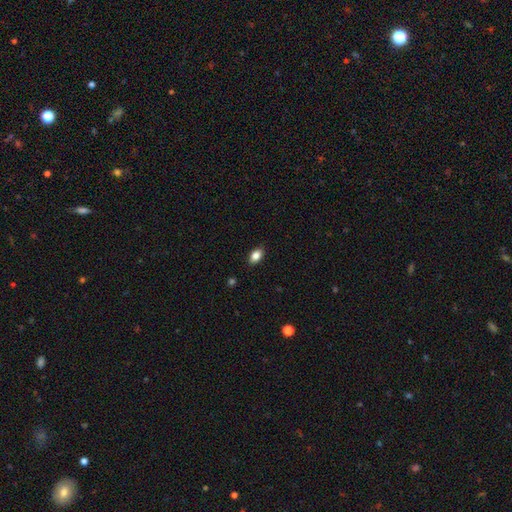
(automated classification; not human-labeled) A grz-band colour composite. It shows a smooth galaxy with no disk features (83%) that is in between round and cigar-shaped (87%). Merging: none (87%).